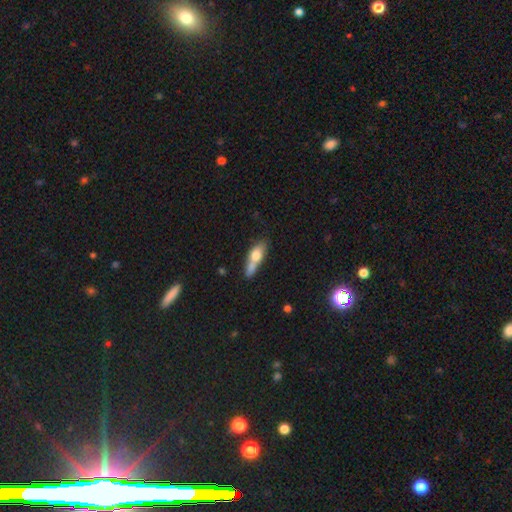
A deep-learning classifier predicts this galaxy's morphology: Smooth or featured? Predicted: smooth (p=0.65). How rounded? Predicted: in between (p=0.53). Merging? Predicted: none (p=0.37, tied with merger).